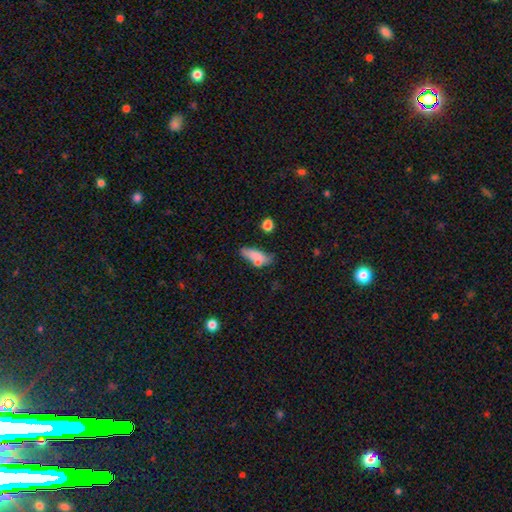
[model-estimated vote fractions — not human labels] smooth-or-featured: smooth: 75% | featured or disk: 17% | star or artifact: 8%
  how-rounded: in between: 58% | cigar-shaped: 38% | round: 4%
  merging: none: 51% | minor disturbance: 24% | merger: 15% | major disturbance: 9%